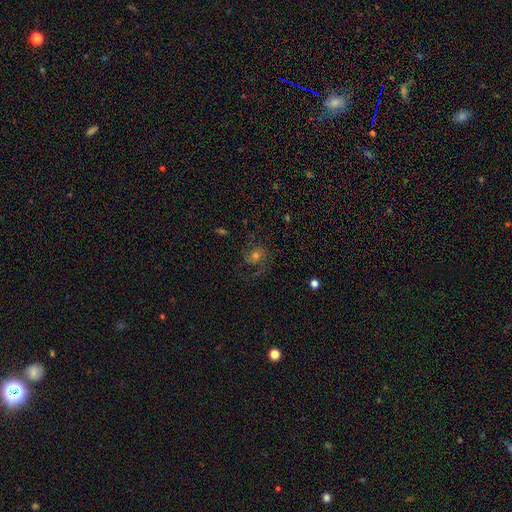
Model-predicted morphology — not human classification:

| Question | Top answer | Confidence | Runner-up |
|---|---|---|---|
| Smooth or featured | featured or disk | 61% | smooth (23%) |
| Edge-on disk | no | 97% | yes (3%) |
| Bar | no | 69% | weak (26%) |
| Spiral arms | yes | 90% | no (10%) |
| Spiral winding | medium | 46% | loose (34%) |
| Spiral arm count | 2 | 48% | 1 (35%) |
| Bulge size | moderate | 51% | small (36%) |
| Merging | none | 61% | major disturbance (21%) |